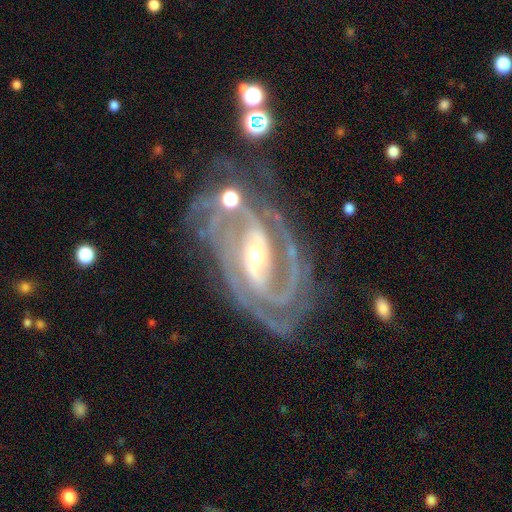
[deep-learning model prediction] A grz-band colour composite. It shows a featured or disk galaxy (92%) with a strong bar (49%), 2 (39%) tight (64%) spiral arms (98%) and a small central bulge (60%). Merging: none (64%).